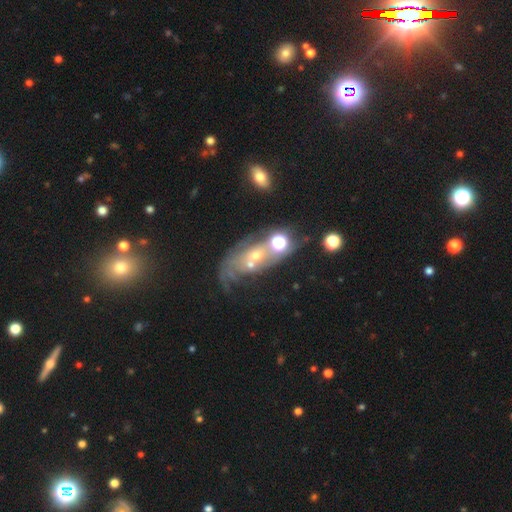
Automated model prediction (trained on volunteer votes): Overall: featured or disk (53%; smooth 29%). Edge-on disk: no (88%). Merging: merger (40%; major disturbance 24%).